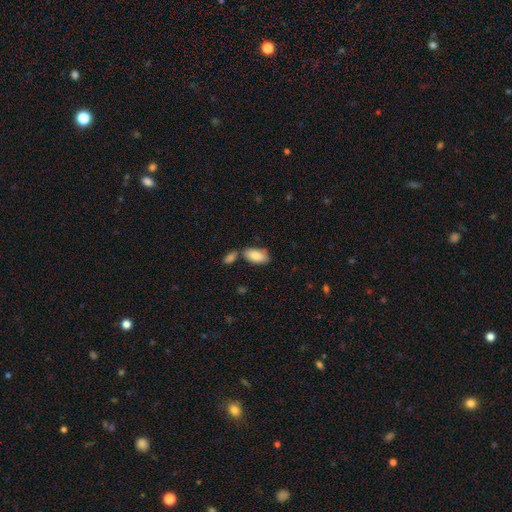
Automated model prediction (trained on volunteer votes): Overall: smooth (85%). How rounded: in between (93%). Merging: none (61%).